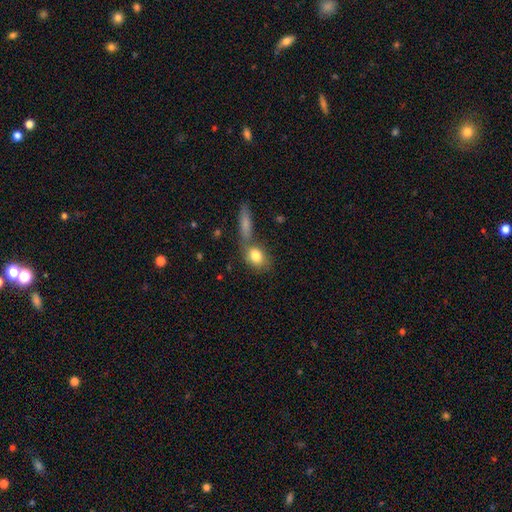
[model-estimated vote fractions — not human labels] This is clearly a smooth galaxy (80%). How rounded: possibly in between (58%). Merging: possibly none (51%).